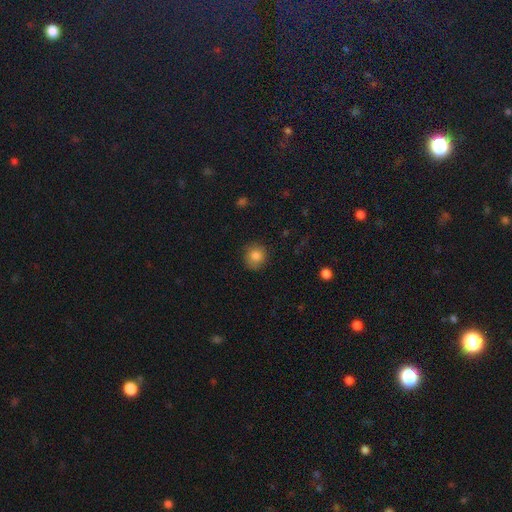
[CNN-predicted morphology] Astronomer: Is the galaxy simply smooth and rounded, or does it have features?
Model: smooth — 83%.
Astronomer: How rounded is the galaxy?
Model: round — 88%.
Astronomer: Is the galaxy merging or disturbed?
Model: none — 85%.